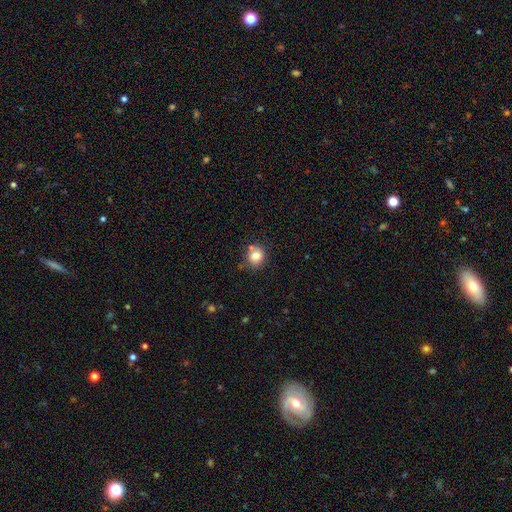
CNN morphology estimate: Smooth or featured? Predicted: smooth (p=0.80). How rounded? Predicted: round (p=0.80). Merging? Predicted: none (p=0.71).